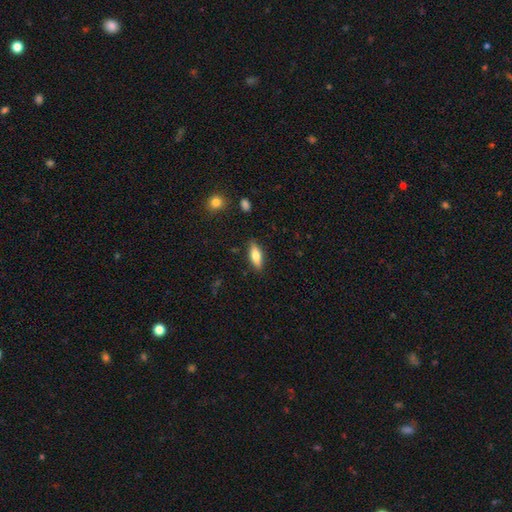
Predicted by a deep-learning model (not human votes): Morphology: type=smooth (69%); roundness=in between (65%); merging=none (86%).